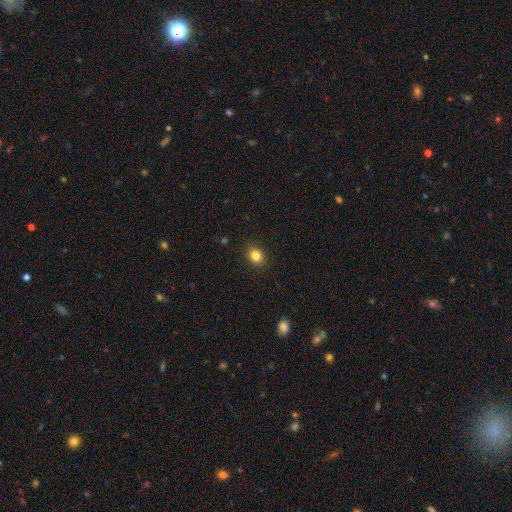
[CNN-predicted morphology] smooth 83%, star or artifact 11%, featured or disk 5%. Down the decision tree: how rounded — round (62%); merging — none (90%).